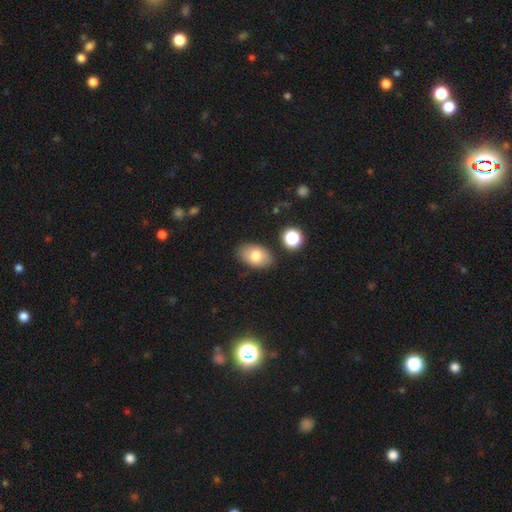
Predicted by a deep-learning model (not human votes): smooth_or_featured: smooth (p=0.77) [alt: featured or disk p=0.15]
how_rounded: in between (p=0.88) [alt: round p=0.11]
merging: none (p=0.83) [alt: minor disturbance p=0.11]